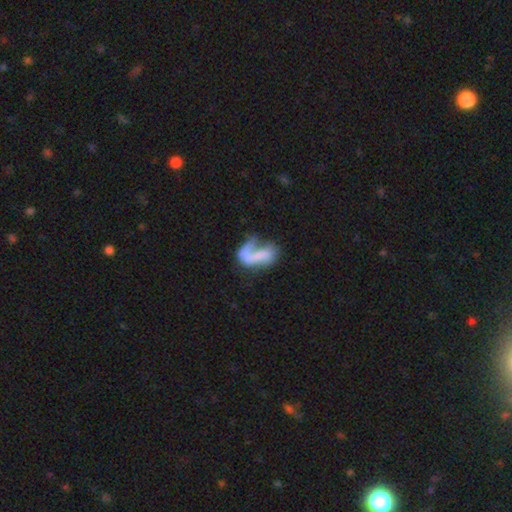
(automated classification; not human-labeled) smooth-or-featured: featured or disk: 47% | smooth: 43% | star or artifact: 9%
  merging: major disturbance: 40% | none: 25% | merger: 19% | minor disturbance: 17%